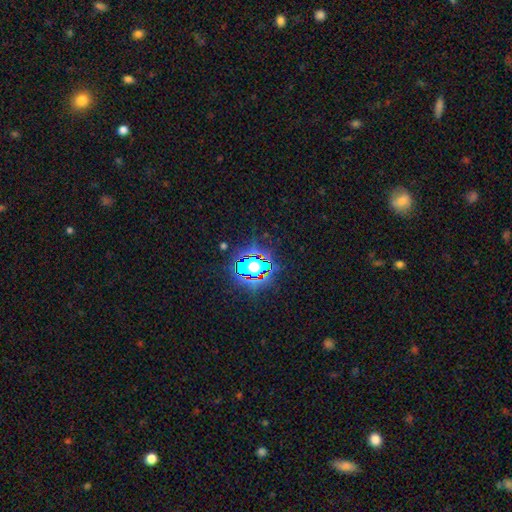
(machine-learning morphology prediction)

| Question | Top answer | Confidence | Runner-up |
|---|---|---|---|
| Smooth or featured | star or artifact | 81% | smooth (11%) |